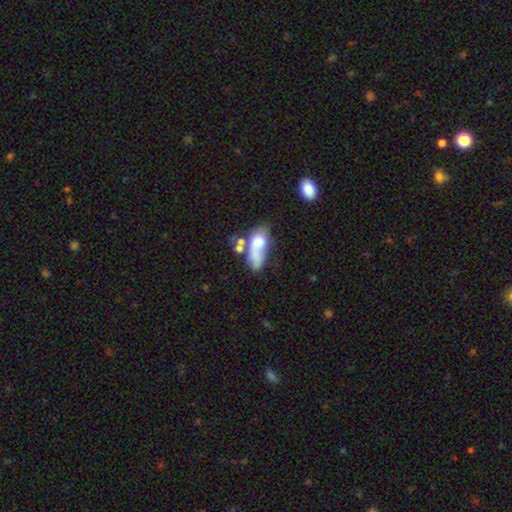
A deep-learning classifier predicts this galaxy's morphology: Smooth or featured? smooth (59%)
How rounded? in between (79%)
Merging? merger (39%)